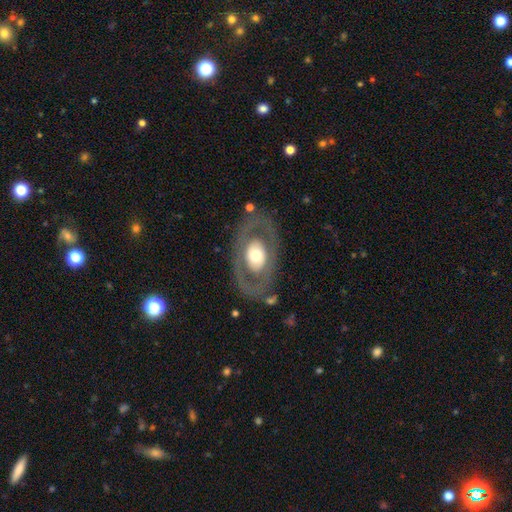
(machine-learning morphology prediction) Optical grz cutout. It shows a featured or disk galaxy (57%) with no bar (88%), no spiral arms (87%) and a moderate central bulge (56%). Merging: none (79%).